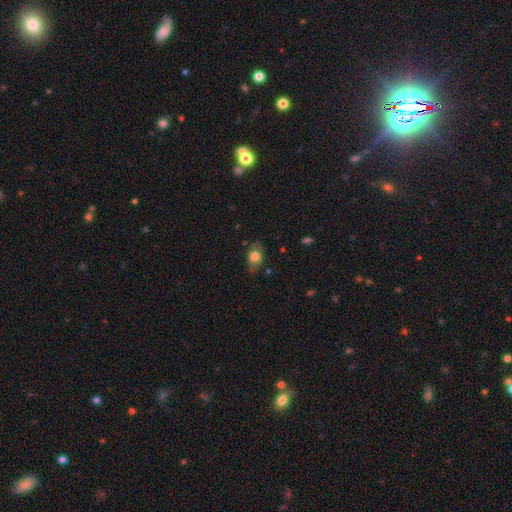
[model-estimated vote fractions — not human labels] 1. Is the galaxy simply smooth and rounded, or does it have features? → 72% smooth, 19% featured or disk, 8% star or artifact.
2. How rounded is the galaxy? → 73% in between, 25% round, 2% cigar-shaped.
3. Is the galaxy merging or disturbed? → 69% none, 23% minor disturbance, 6% major disturbance, 2% merger.